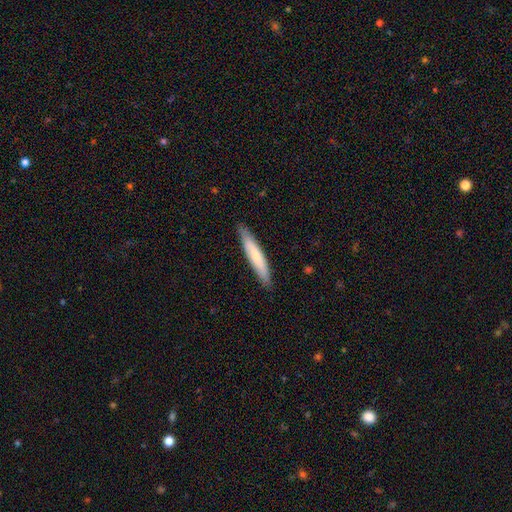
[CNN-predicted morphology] smooth-or-featured: smooth: 64% | featured or disk: 30% | star or artifact: 5%
  how-rounded: cigar-shaped: 92% | in between: 7% | round: 1%
  merging: none: 88% | minor disturbance: 9% | major disturbance: 2% | merger: 1%